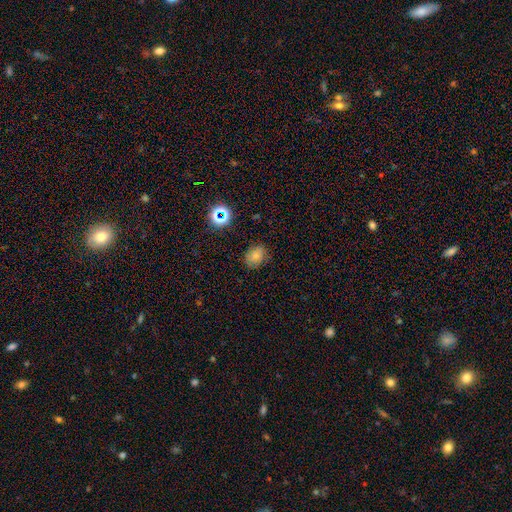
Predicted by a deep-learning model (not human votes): This is likely a smooth galaxy (71%). How rounded: possibly in between (57%). Merging: likely none (79%).